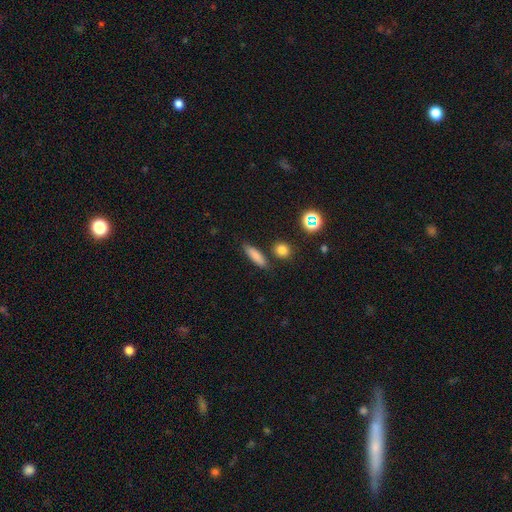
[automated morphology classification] Overall: smooth (80%). How rounded: cigar-shaped (57%; in between 37%). Merging: none (82%).